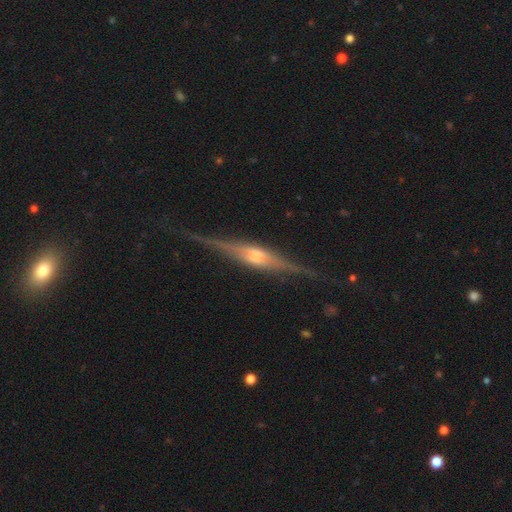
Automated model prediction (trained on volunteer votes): A featured or disk galaxy (83%) viewed edge-on (97%) with a rounded central bulge (77%).

Vote fractions:
- Smooth or featured? featured or disk: 83% / smooth: 10% / star or artifact: 6%
- Edge-on disk? yes: 97% / no: 3%
- Edge-on bulge? rounded: 77% / boxy: 18% / none: 6%
- Merging? none: 83% / minor disturbance: 12% / major disturbance: 3% / merger: 1%